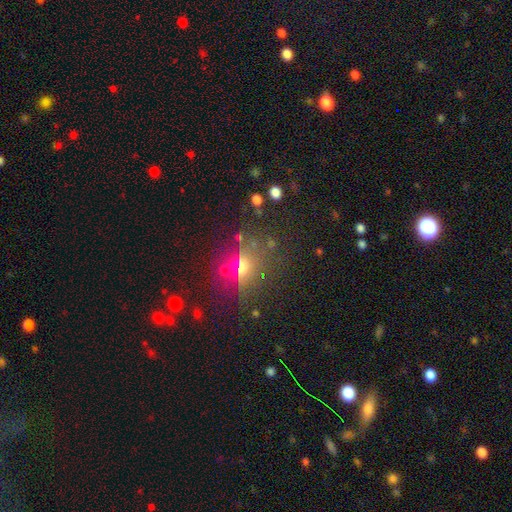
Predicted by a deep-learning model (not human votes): This is marginally a star or artifact rather than a galaxy (44%, tied with smooth).